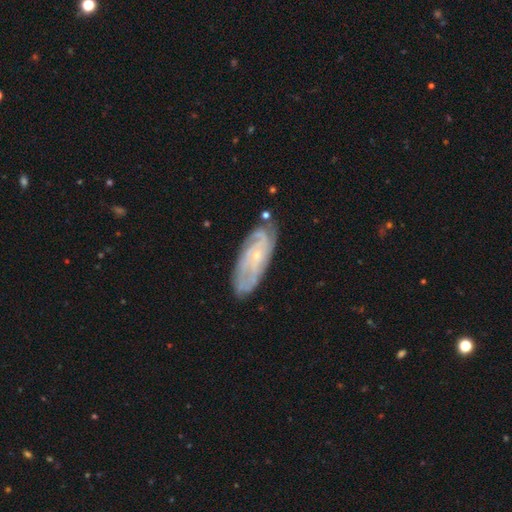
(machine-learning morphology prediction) Q: Smooth or featured?
A: featured or disk (79%); runner-up: smooth (15%)
Q: Edge-on disk?
A: no (89%); runner-up: yes (11%)
Q: Bar?
A: no (71%); runner-up: weak (24%)
Q: Spiral arms?
A: yes (92%); runner-up: no (8%)
Q: Spiral winding?
A: tight (65%); runner-up: medium (28%)
Q: Spiral arm count?
A: can't tell (40%); runner-up: 2 (18%)
Q: Bulge size?
A: small (79%); runner-up: moderate (16%)
Q: Merging?
A: none (75%); runner-up: minor disturbance (18%)